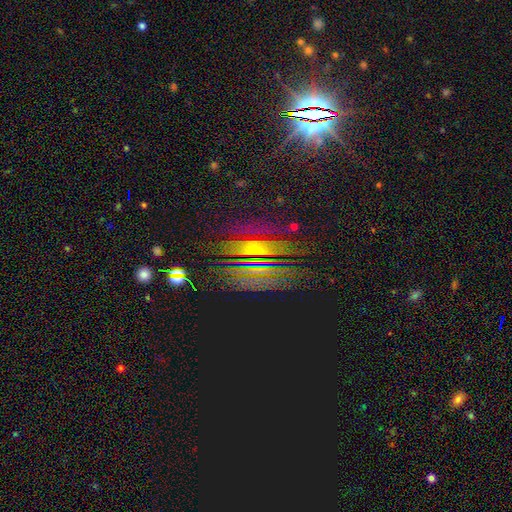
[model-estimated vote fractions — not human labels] smooth_or_featured: star or artifact (p=0.57) [alt: featured or disk p=0.24]